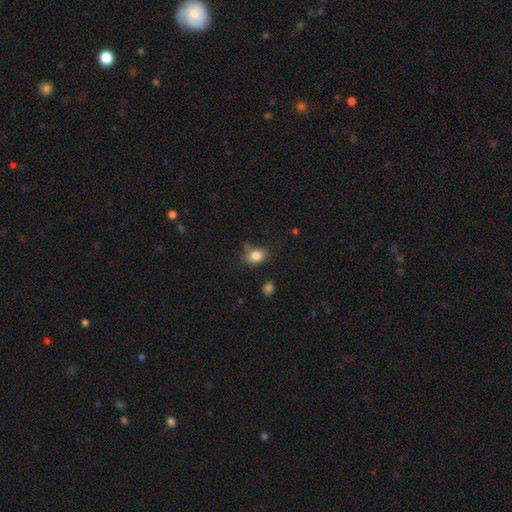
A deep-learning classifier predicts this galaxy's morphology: A smooth galaxy with no disk features (84%) that is in between round and cigar-shaped (57%).

Vote fractions:
- Smooth or featured? smooth: 84% / star or artifact: 10% / featured or disk: 6%
- How rounded? in between: 57% / round: 42% / cigar-shaped: 1%
- Merging? none: 63% / minor disturbance: 25% / major disturbance: 7% / merger: 6%